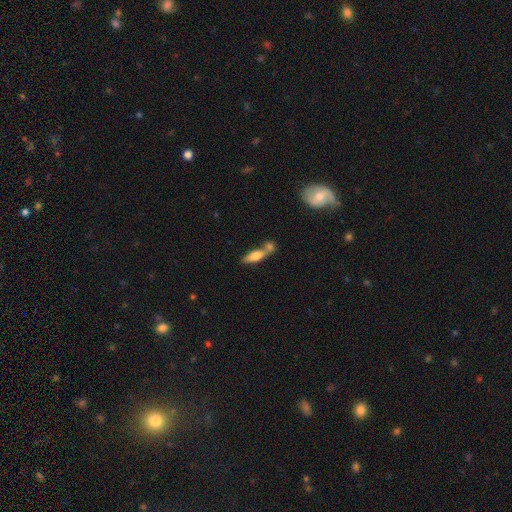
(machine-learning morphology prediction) type=smooth (68%); roundness=in between (61%); merging=merger (48%).